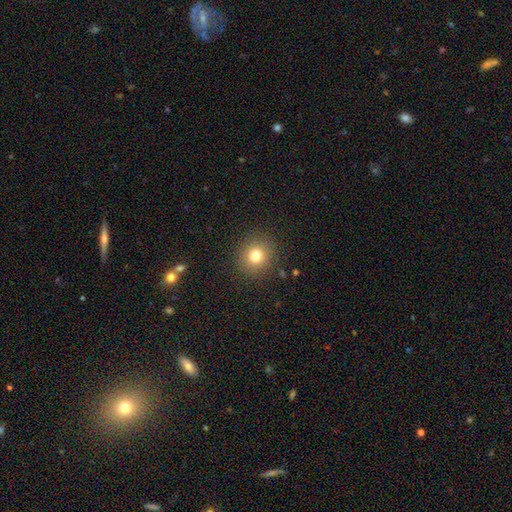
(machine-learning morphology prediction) A smooth galaxy with no disk features (78%) that is round (90%).

Vote fractions:
- Smooth or featured? smooth: 78% / star or artifact: 14% / featured or disk: 9%
- How rounded? round: 90% / in between: 9% / cigar-shaped: 1%
- Merging? none: 89% / minor disturbance: 7% / major disturbance: 3% / merger: 1%